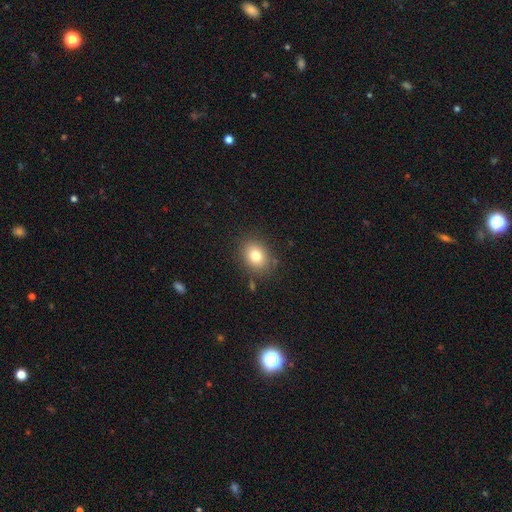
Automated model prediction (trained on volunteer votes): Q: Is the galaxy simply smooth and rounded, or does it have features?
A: smooth — 79%.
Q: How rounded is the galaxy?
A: round — 51%.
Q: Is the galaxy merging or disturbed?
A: none — 84%.